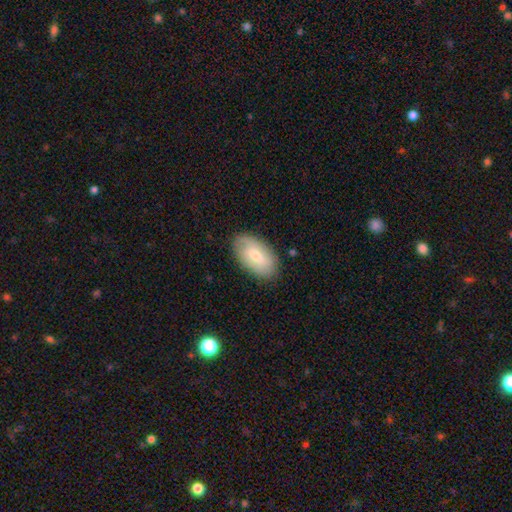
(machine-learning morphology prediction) Q: Smooth or featured?
A: smooth (62%); runner-up: featured or disk (32%)
Q: How rounded?
A: in between (94%); runner-up: round (4%)
Q: Merging?
A: none (84%); runner-up: minor disturbance (13%)